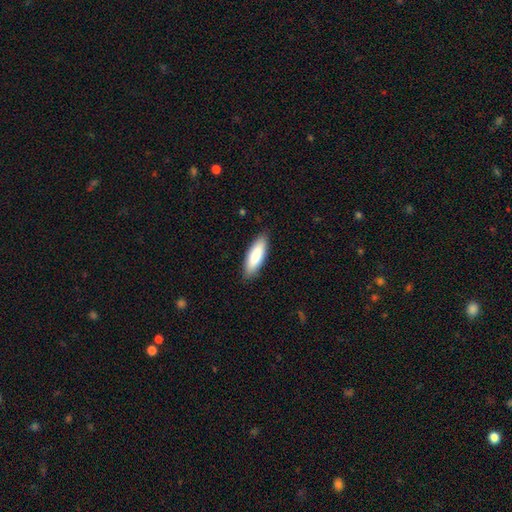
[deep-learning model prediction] Smooth or featured? Predicted: smooth (p=0.84). How rounded? Predicted: in between (p=0.58). Merging? Predicted: none (p=0.88).